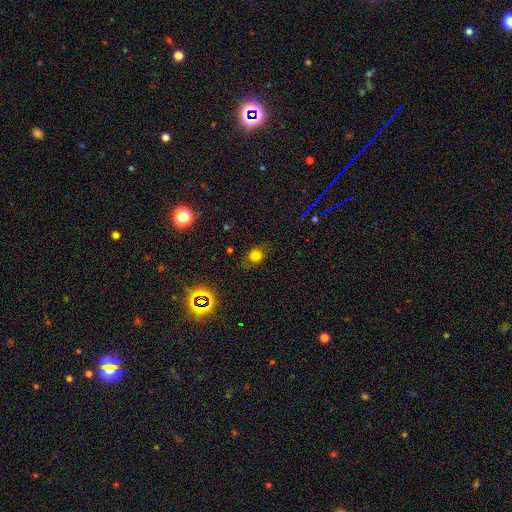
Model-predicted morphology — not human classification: Smooth or featured? Predicted: smooth (p=0.72). How rounded? Predicted: round (p=0.71). Merging? Predicted: none (p=0.77).